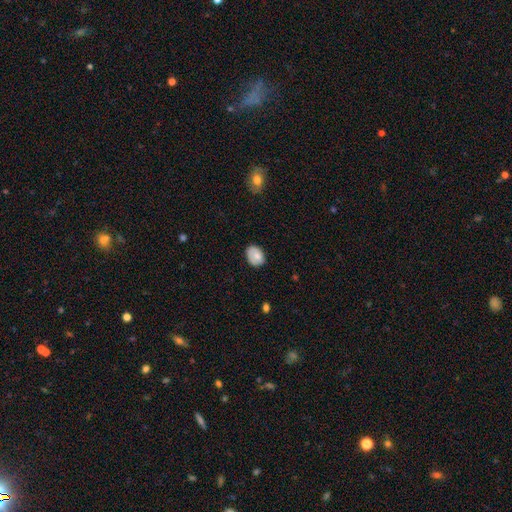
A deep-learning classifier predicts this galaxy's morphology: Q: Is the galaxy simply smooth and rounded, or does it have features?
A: smooth — 71%.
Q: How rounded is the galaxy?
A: in between — 72%.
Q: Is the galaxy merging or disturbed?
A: none — 66%.